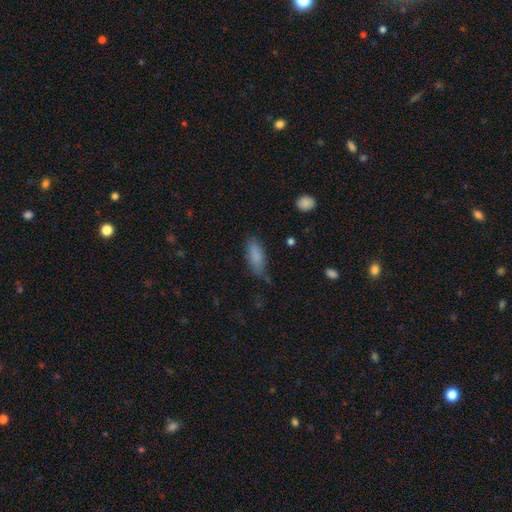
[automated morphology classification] Smooth or featured?
  - smooth: 85% *
  - featured or disk: 8%
  - star or artifact: 7%
How rounded?
  - in between: 71% *
  - cigar-shaped: 27%
  - round: 2%
Merging?
  - none: 67% *
  - minor disturbance: 24%
  - major disturbance: 6%
  - merger: 3%